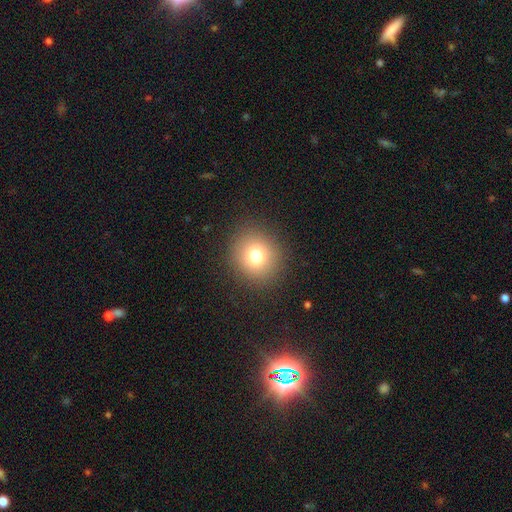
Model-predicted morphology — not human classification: A smooth galaxy with no disk features (75%) that is round (89%).

Vote fractions:
- Smooth or featured? smooth: 75% / star or artifact: 14% / featured or disk: 10%
- How rounded? round: 89% / in between: 10% / cigar-shaped: 1%
- Merging? none: 90% / minor disturbance: 6% / major disturbance: 3% / merger: 1%